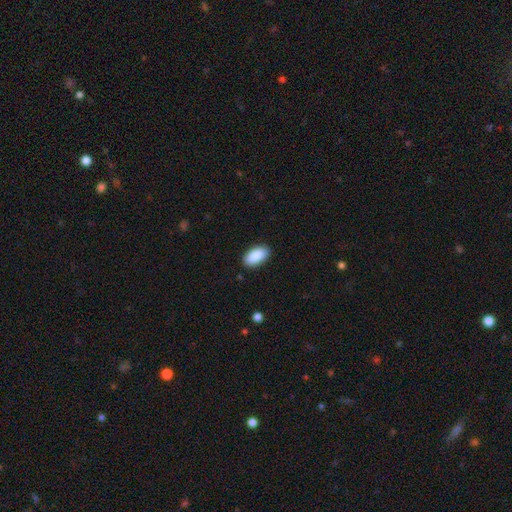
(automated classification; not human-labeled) smooth 90%, star or artifact 6%, featured or disk 4%. Down the decision tree: how rounded — in between (95%); merging — none (88%).